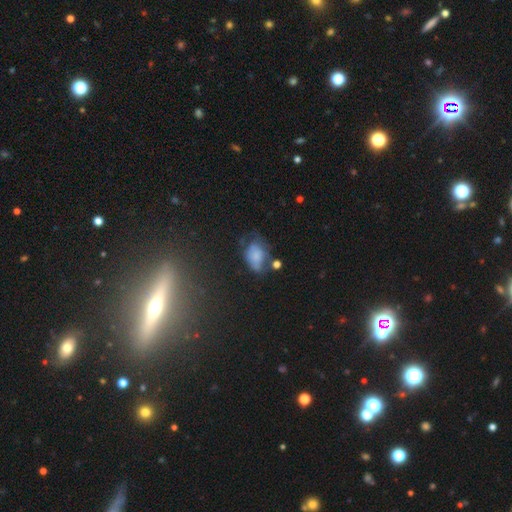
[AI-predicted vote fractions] Smooth or featured? smooth (67%)
How rounded? in between (80%)
Merging? minor disturbance (33%)